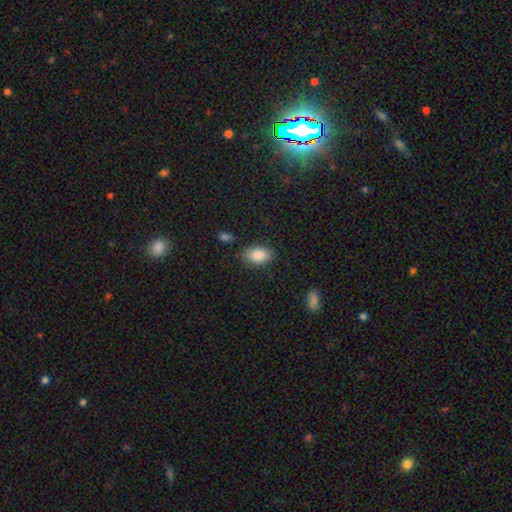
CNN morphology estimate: Q: Smooth or featured?
A: smooth (88%); runner-up: star or artifact (7%)
Q: How rounded?
A: in between (92%); runner-up: round (7%)
Q: Merging?
A: none (83%); runner-up: minor disturbance (12%)